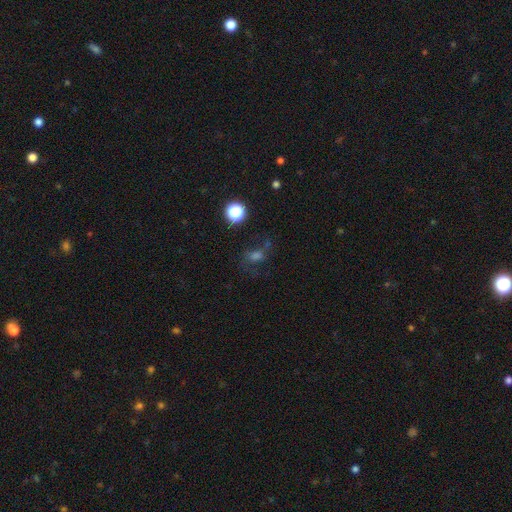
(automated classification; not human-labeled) This is possibly a smooth galaxy (48%). Merging: possibly none (51%).